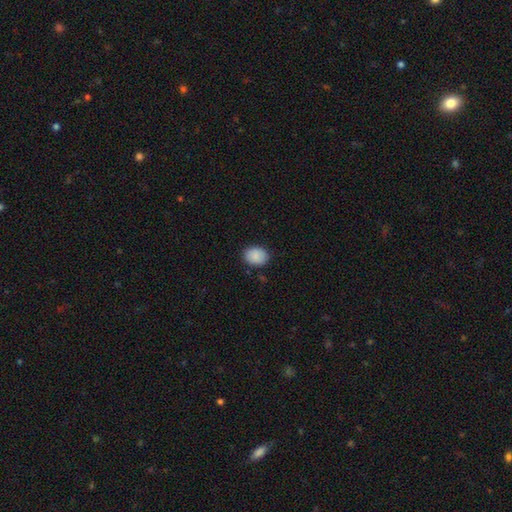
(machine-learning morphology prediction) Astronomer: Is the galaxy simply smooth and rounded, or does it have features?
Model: smooth — 89%.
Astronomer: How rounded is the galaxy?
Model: in between — 57% (runner-up: round, 43%).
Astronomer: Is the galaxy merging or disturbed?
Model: none — 86%.